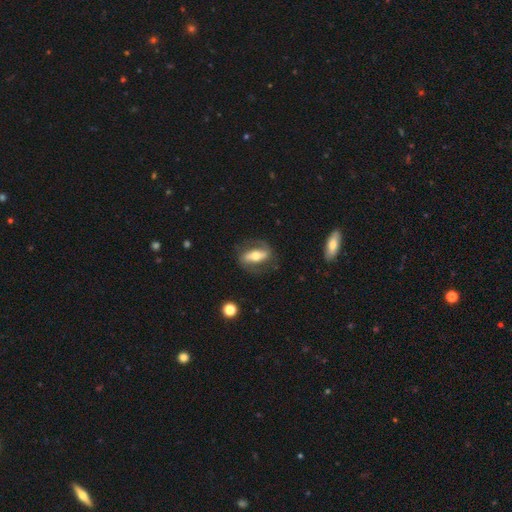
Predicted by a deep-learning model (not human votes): The model was most divided on "smooth or featured": featured or disk: 67%, smooth: 27%, star or artifact: 6%. More confident: edge-on disk — no (82%); merging — none (74%); spiral arms — yes (72%); bulge size — moderate (65%); bar — strong (60%).